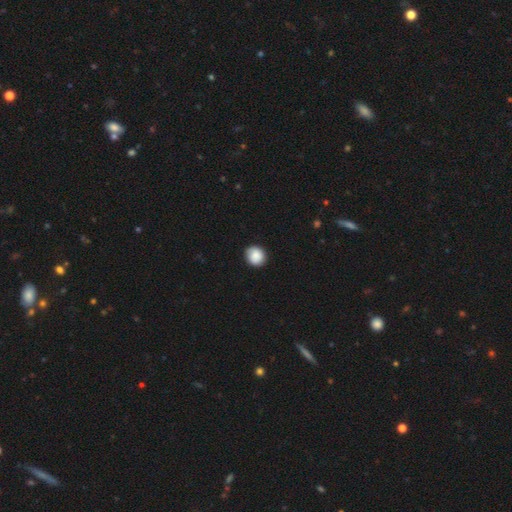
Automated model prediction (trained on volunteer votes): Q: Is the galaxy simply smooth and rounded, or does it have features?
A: smooth — 86%.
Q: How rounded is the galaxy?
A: round — 86%.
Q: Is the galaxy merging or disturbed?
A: none — 86%.